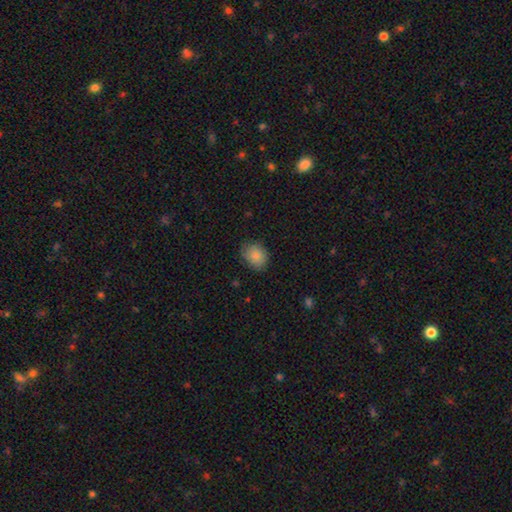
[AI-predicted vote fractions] Smooth or featured: smooth — 86% (star or artifact — 8%)
How rounded: round — 53% (in between — 47%)
Merging: none — 76% (minor disturbance — 19%)